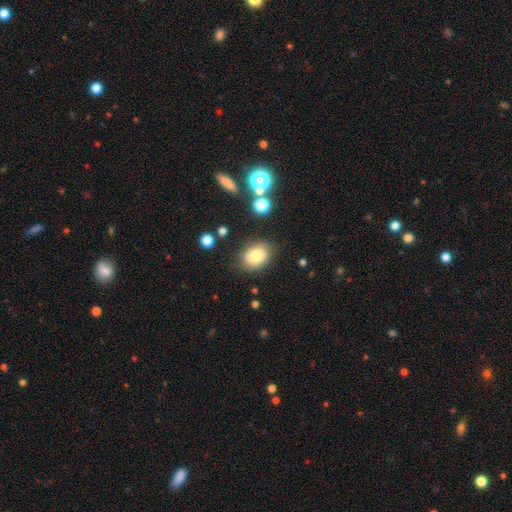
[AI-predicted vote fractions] Morphology: type=smooth (78%); roundness=in between (72%); merging=none (79%).